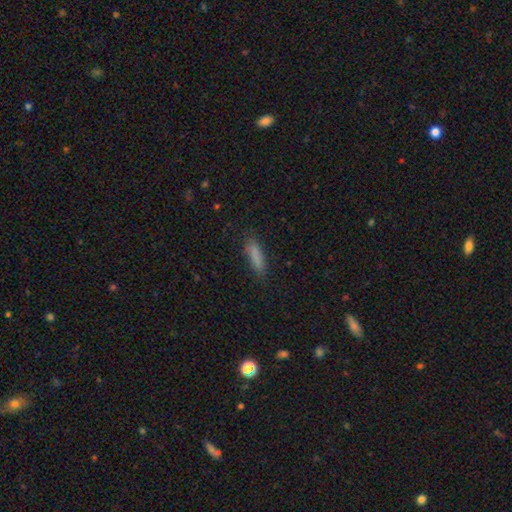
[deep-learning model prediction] Q: Smooth or featured?
A: smooth (84%); runner-up: star or artifact (8%)
Q: How rounded?
A: cigar-shaped (68%); runner-up: in between (30%)
Q: Merging?
A: none (83%); runner-up: minor disturbance (13%)